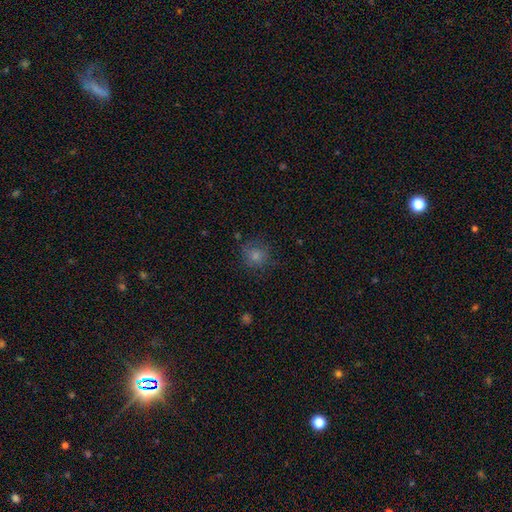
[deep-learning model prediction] Smooth or featured: smooth — 77% (star or artifact — 12%)
How rounded: round — 86% (in between — 13%)
Merging: none — 71% (minor disturbance — 19%)